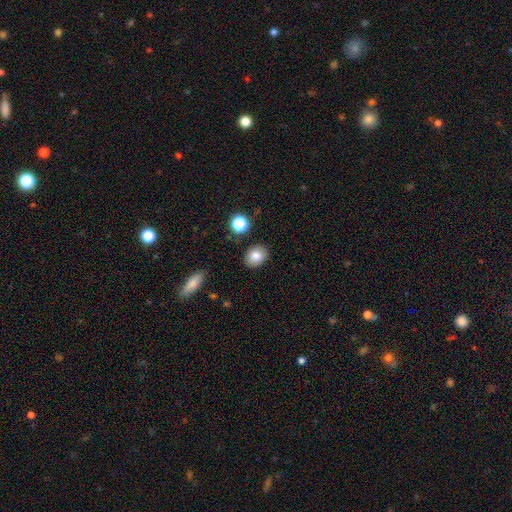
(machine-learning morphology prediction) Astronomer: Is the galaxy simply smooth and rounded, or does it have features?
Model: smooth — 83%.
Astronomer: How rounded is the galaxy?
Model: in between — 57% (runner-up: round, 42%).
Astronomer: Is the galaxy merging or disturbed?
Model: none — 87%.